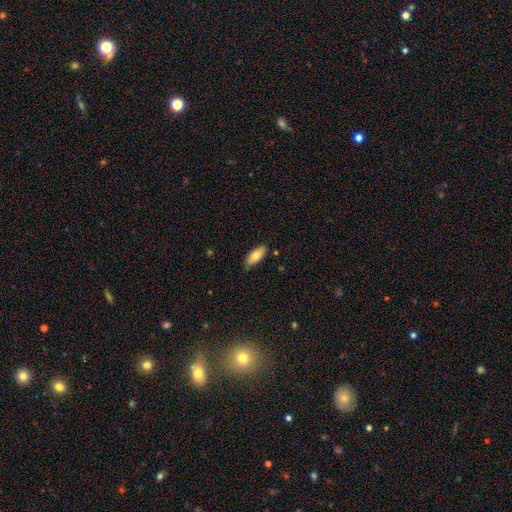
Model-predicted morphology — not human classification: This is likely a smooth galaxy (75%). How rounded: clearly in between (83%). Merging: likely none (75%).